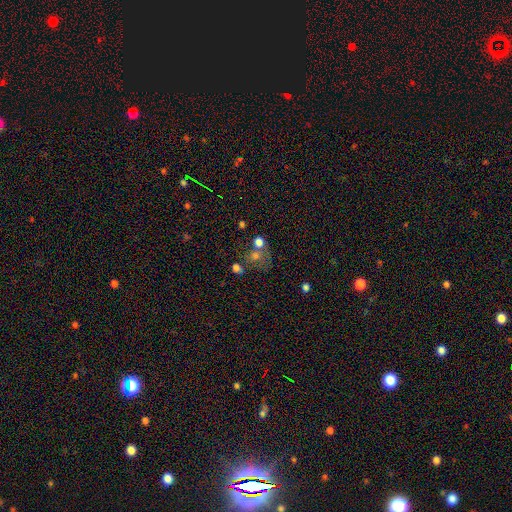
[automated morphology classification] A smooth galaxy with no disk features (45%).

Vote fractions:
- Smooth or featured? smooth: 45% / star or artifact: 31% / featured or disk: 24%
- Merging? none: 40% / merger: 34% / major disturbance: 13% / minor disturbance: 12%